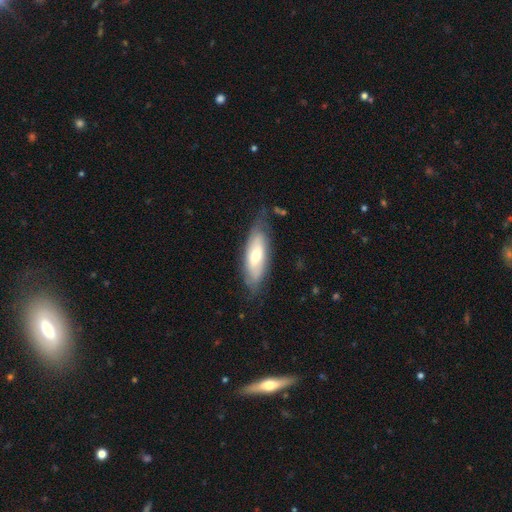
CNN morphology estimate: smooth_or_featured: smooth (p=0.49) [alt: featured or disk p=0.45]
merging: none (p=0.68) [alt: minor disturbance p=0.23]